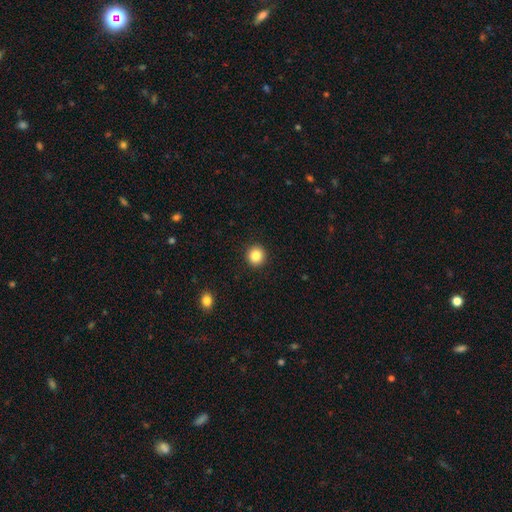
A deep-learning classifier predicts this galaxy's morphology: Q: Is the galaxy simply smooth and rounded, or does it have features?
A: smooth — 85%.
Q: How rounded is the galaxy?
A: round — 93%.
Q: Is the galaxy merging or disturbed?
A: none — 93%.